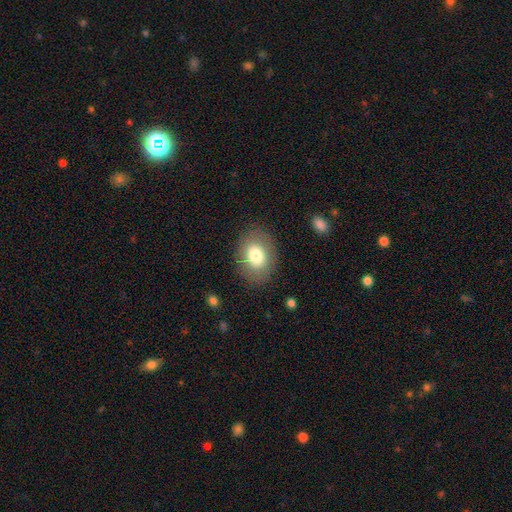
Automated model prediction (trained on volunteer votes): smooth-or-featured: smooth: 77% | featured or disk: 15% | star or artifact: 8%
  how-rounded: in between: 70% | round: 29% | cigar-shaped: 1%
  merging: none: 84% | minor disturbance: 11% | major disturbance: 4% | merger: 1%